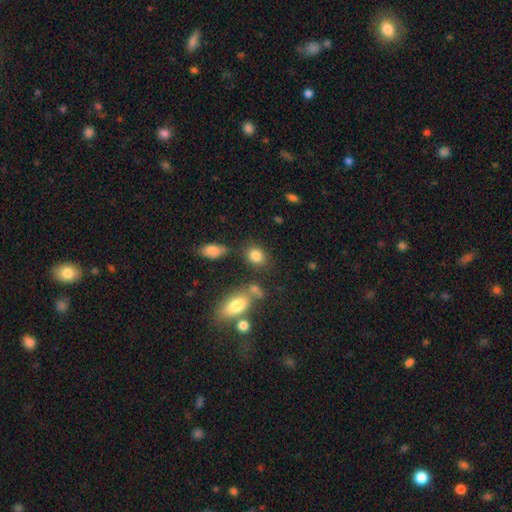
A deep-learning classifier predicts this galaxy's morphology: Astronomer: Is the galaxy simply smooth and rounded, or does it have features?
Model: smooth — 84%.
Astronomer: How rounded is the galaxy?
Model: in between — 55% (runner-up: round, 43%).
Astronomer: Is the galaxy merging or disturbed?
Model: none — 71%.